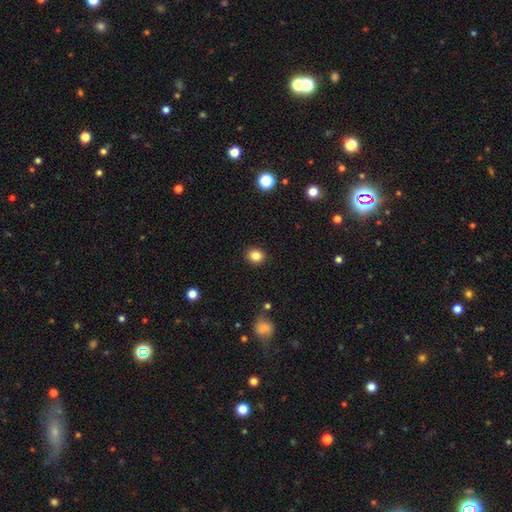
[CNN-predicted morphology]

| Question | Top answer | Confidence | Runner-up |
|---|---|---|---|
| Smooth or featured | smooth | 84% | star or artifact (11%) |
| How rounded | round | 77% | in between (22%) |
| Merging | none | 91% | minor disturbance (6%) |